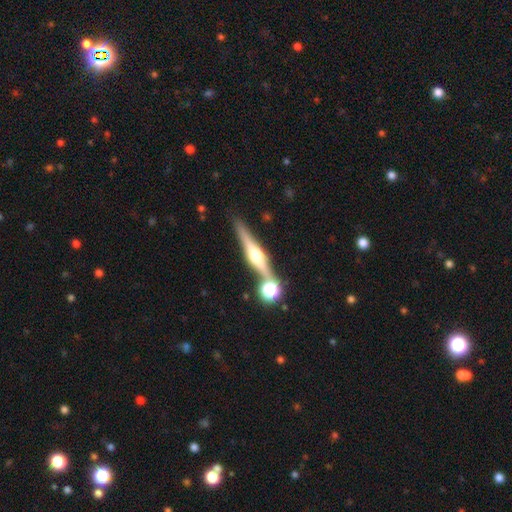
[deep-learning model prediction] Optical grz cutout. It shows a featured or disk galaxy (75%) viewed edge-on (97%) with a rounded central bulge (92%). Merging: none (77%).